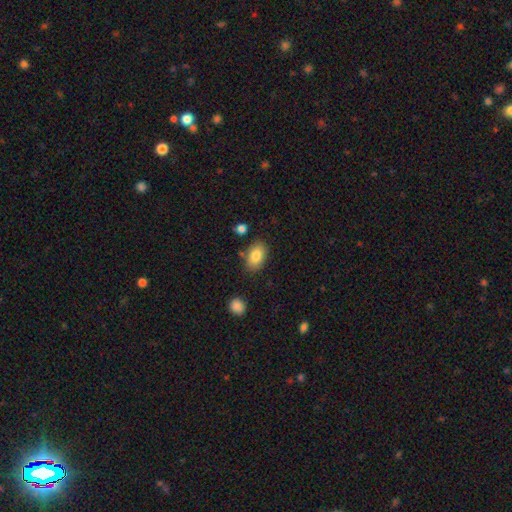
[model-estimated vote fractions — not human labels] Smooth or featured? smooth (85%)
How rounded? in between (89%)
Merging? none (80%)